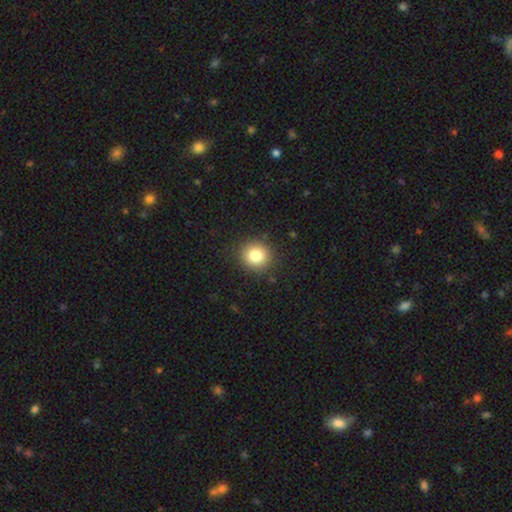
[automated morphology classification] type=smooth (82%); roundness=round (89%); merging=none (89%).